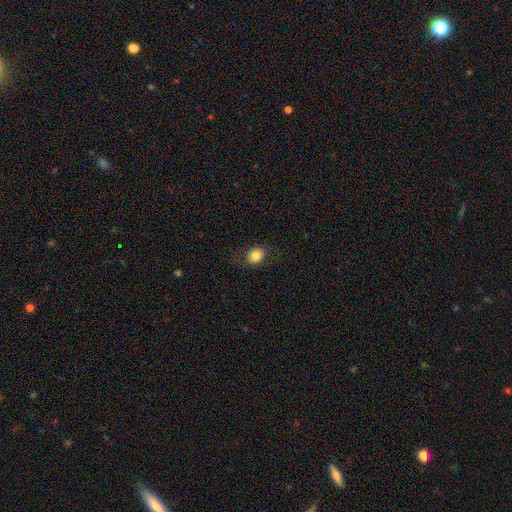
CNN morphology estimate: Q: Smooth or featured?
A: smooth (81%); runner-up: star or artifact (9%)
Q: How rounded?
A: round (56%); runner-up: in between (42%)
Q: Merging?
A: none (80%); runner-up: minor disturbance (14%)